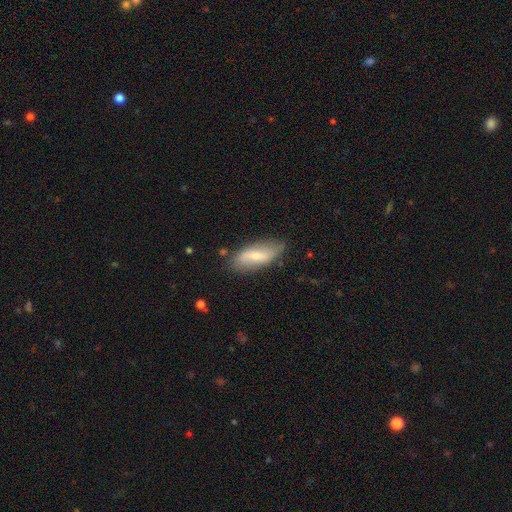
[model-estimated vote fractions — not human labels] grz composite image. It shows a smooth galaxy with no disk features (47%). Merging: none (77%).